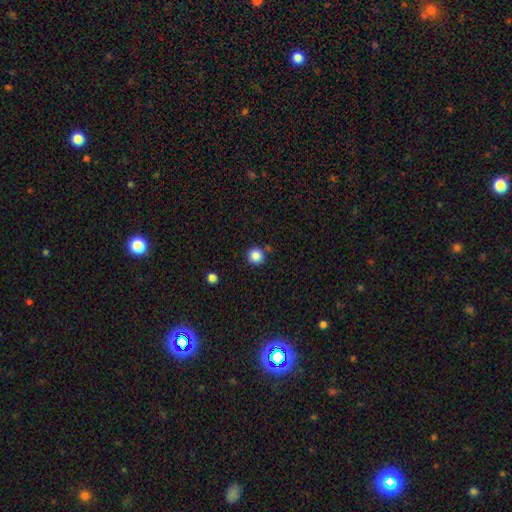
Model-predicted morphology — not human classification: This is clearly a smooth galaxy (85%). How rounded: clearly round (95%). Merging: clearly none (87%).